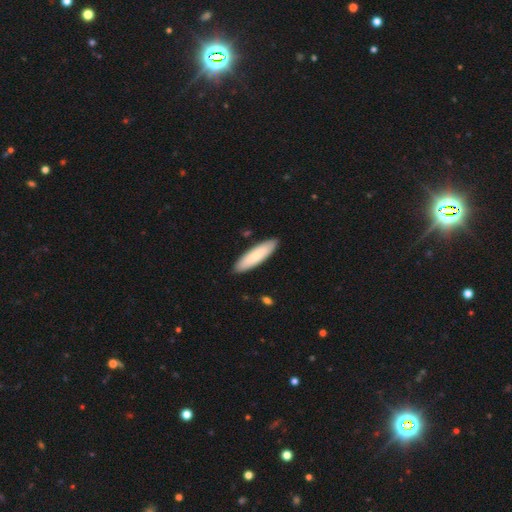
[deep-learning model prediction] Smooth or featured: smooth — 80% (featured or disk — 15%)
How rounded: cigar-shaped — 64% (in between — 34%)
Merging: none — 90% (minor disturbance — 8%)